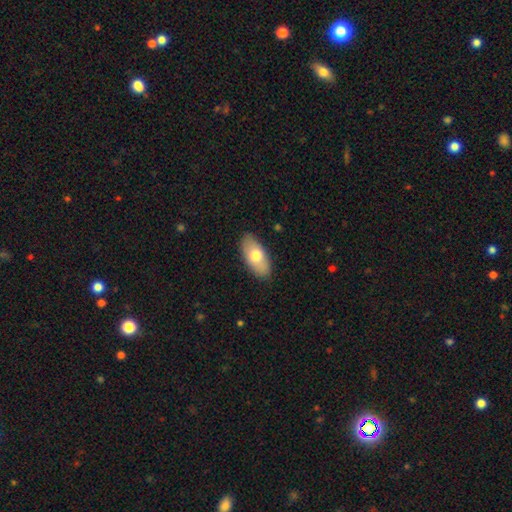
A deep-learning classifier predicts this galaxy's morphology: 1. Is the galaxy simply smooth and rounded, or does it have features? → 70% smooth, 24% featured or disk, 6% star or artifact.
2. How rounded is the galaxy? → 91% in between, 6% cigar-shaped, 3% round.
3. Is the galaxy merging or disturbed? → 86% none, 11% minor disturbance, 2% major disturbance, 1% merger.